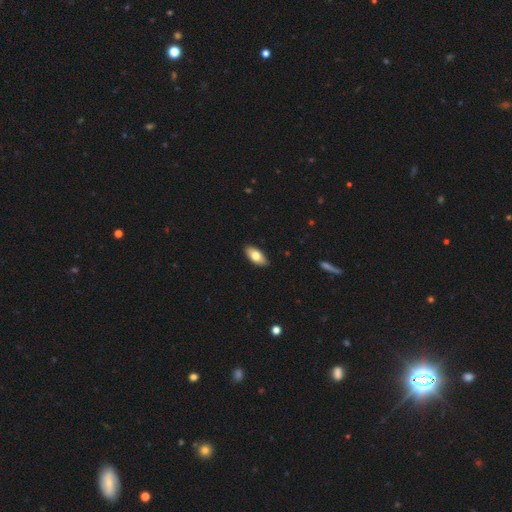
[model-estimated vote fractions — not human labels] smooth 76%, featured or disk 18%, star or artifact 6%. Down the decision tree: how rounded — in between (90%); merging — none (90%).